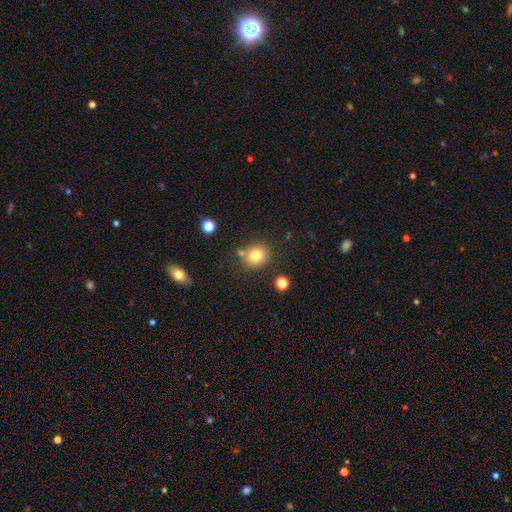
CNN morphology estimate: type=smooth (79%); roundness=round (80%); merging=none (77%).